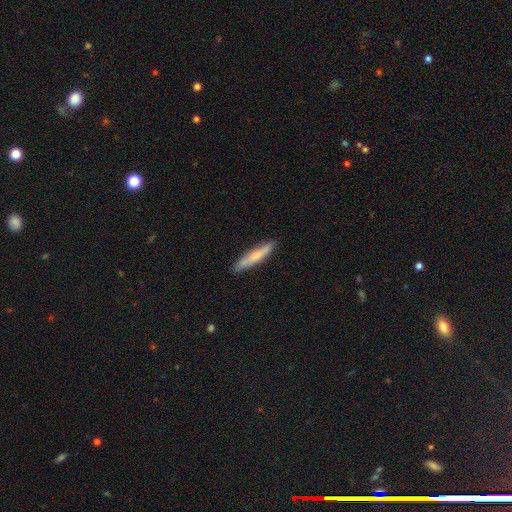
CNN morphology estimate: Smooth or featured: smooth — 70% (featured or disk — 25%)
How rounded: cigar-shaped — 91% (in between — 8%)
Merging: none — 86% (minor disturbance — 11%)